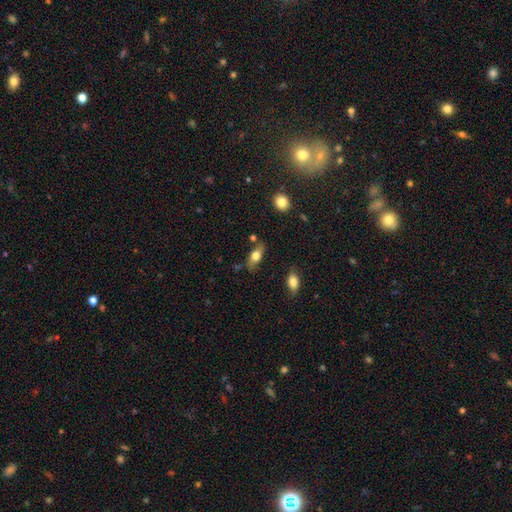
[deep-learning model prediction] Q: Smooth or featured?
A: smooth (67%); runner-up: featured or disk (25%)
Q: How rounded?
A: in between (77%); runner-up: cigar-shaped (17%)
Q: Merging?
A: none (73%); runner-up: minor disturbance (17%)